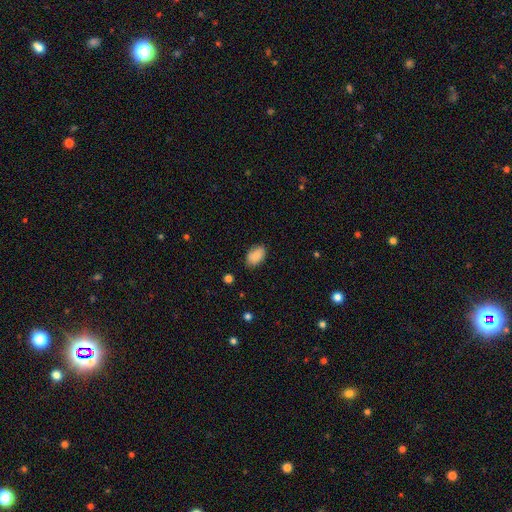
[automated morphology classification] This appears to be a smooth galaxy with no disk features (88%) that is in between round and cigar-shaped (90%). Merging: none (80%).